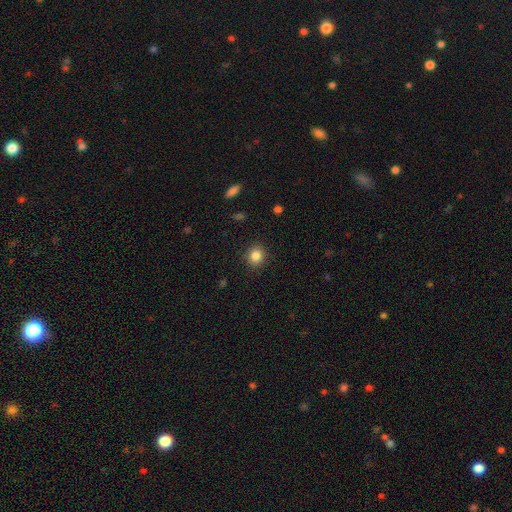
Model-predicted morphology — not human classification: Smooth or featured? smooth (85%)
How rounded? round (82%)
Merging? none (89%)